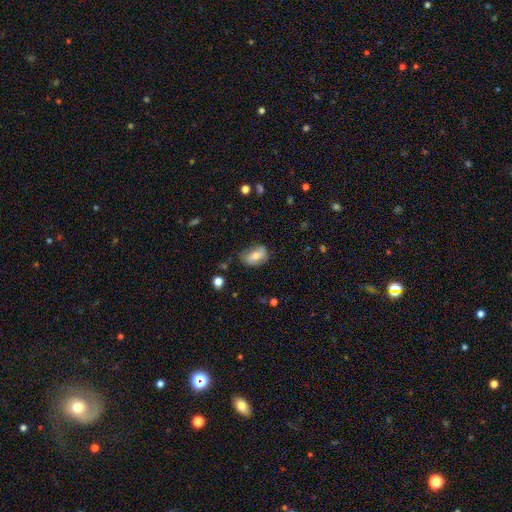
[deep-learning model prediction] Smooth or featured?
  - smooth: 69% *
  - featured or disk: 24%
  - star or artifact: 8%
How rounded?
  - in between: 87% *
  - round: 10%
  - cigar-shaped: 3%
Merging?
  - none: 64% *
  - minor disturbance: 26%
  - major disturbance: 8%
  - merger: 2%